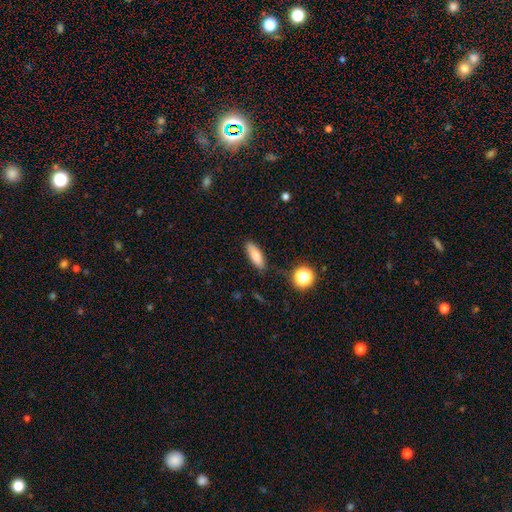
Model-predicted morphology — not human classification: The model was most divided on "how rounded": in between: 58%, cigar-shaped: 39%, round: 3%. More confident: merging — none (82%); smooth or featured — smooth (80%).